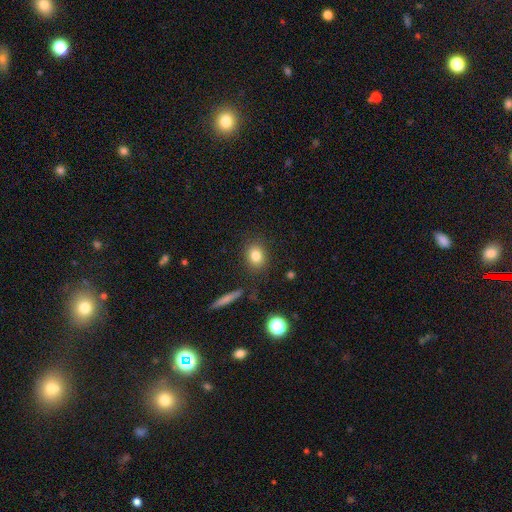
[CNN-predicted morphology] A smooth galaxy with no disk features (82%) that is round (56%).

Vote fractions:
- Smooth or featured? smooth: 82% / star or artifact: 10% / featured or disk: 8%
- How rounded? round: 56% / in between: 42% / cigar-shaped: 2%
- Merging? none: 86% / minor disturbance: 9% / major disturbance: 3% / merger: 3%